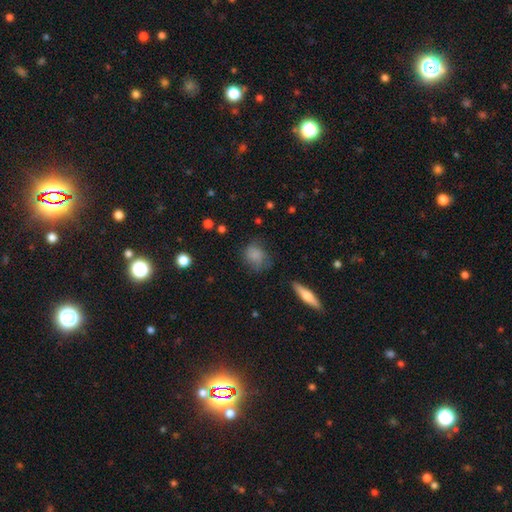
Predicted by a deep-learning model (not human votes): This appears to be a smooth galaxy with no disk features (77%) that is round (59%). Merging: none (59%).